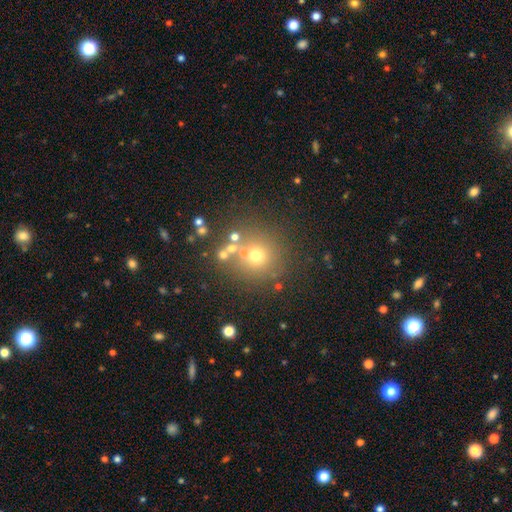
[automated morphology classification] smooth-or-featured: smooth: 58% | star or artifact: 25% | featured or disk: 17%
  how-rounded: round: 91% | in between: 9% | cigar-shaped: 1%
  merging: none: 70% | merger: 15% | minor disturbance: 10% | major disturbance: 6%